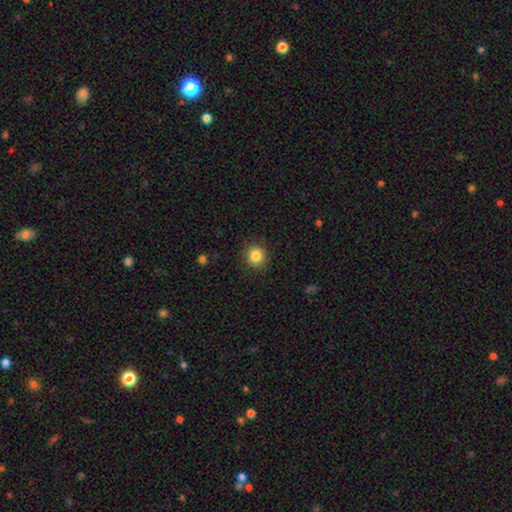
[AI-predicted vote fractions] smooth_or_featured: smooth (p=0.84) [alt: star or artifact p=0.11]
how_rounded: round (p=0.92) [alt: in between p=0.07]
merging: none (p=0.90) [alt: minor disturbance p=0.07]